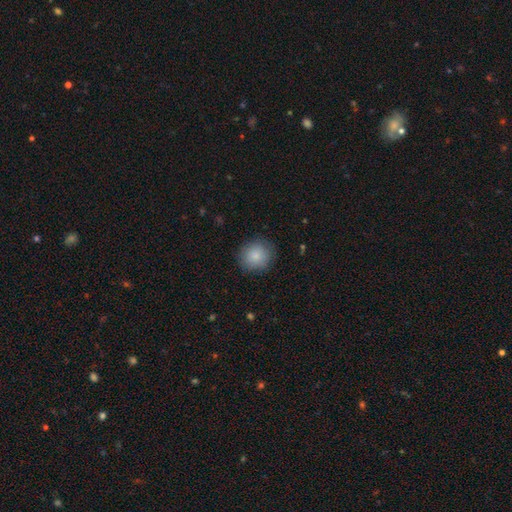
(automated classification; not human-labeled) smooth_or_featured: smooth (p=0.85) [alt: star or artifact p=0.08]
how_rounded: round (p=0.87) [alt: in between p=0.12]
merging: none (p=0.85) [alt: minor disturbance p=0.11]